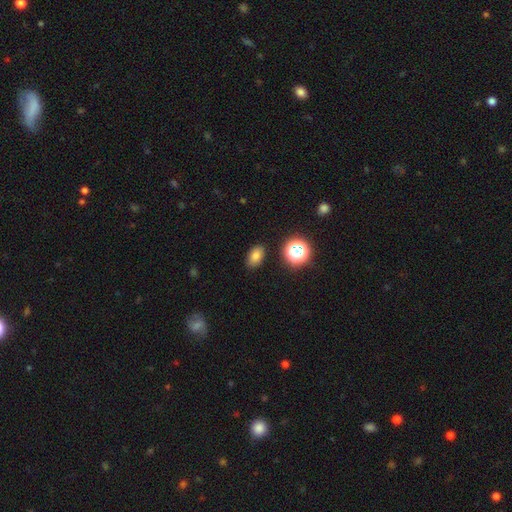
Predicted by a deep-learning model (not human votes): Morphology: type=smooth (77%); roundness=in between (85%); merging=none (87%).